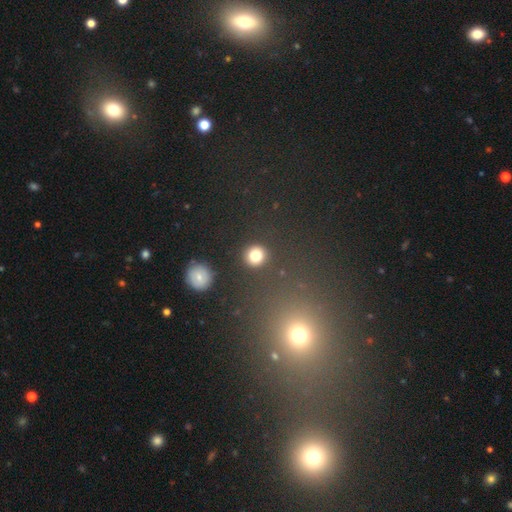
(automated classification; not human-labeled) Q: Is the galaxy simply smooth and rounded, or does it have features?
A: smooth — 80%.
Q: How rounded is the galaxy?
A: round — 89%.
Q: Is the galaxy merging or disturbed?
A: none — 89%.